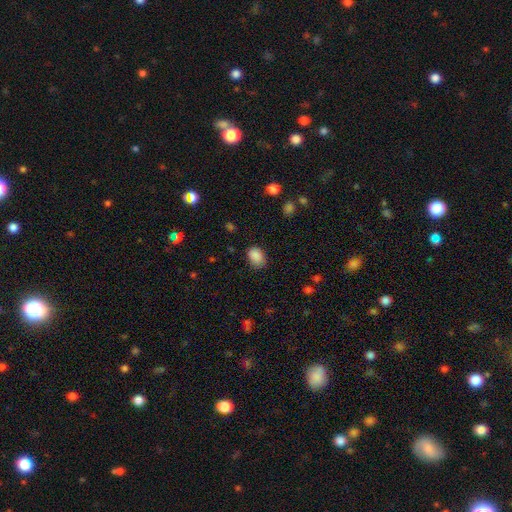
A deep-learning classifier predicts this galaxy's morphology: type=smooth (87%); roundness=in between (72%); merging=none (74%).